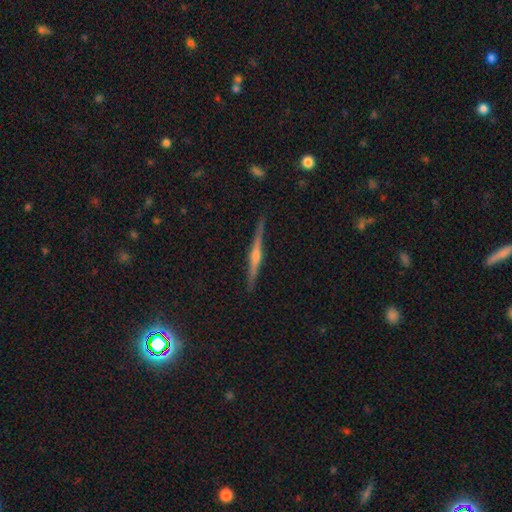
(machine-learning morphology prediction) type=featured or disk (82%); edge-on=yes (98%); edge-on bulge=rounded (86%); merging=none (90%).